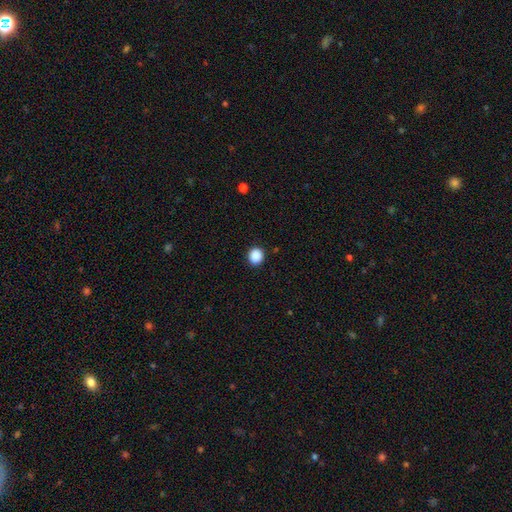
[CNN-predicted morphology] Smooth or featured: smooth — 89% (star or artifact — 9%)
How rounded: round — 89% (in between — 10%)
Merging: none — 92% (minor disturbance — 5%)